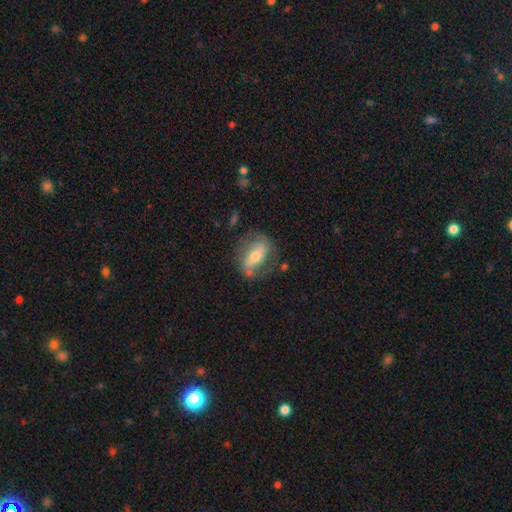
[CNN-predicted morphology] The model was most divided on "smooth or featured": featured or disk: 52%, smooth: 41%, star or artifact: 7%. More confident: edge-on disk — no (80%); merging — none (64%).